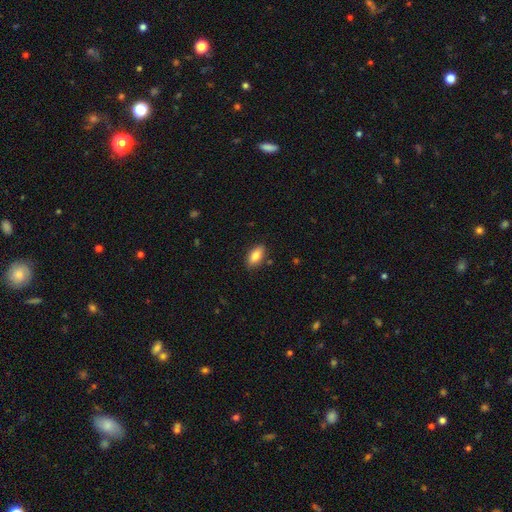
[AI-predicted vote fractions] A smooth galaxy with no disk features (83%) that is in between round and cigar-shaped (89%). Merging: none (85%).